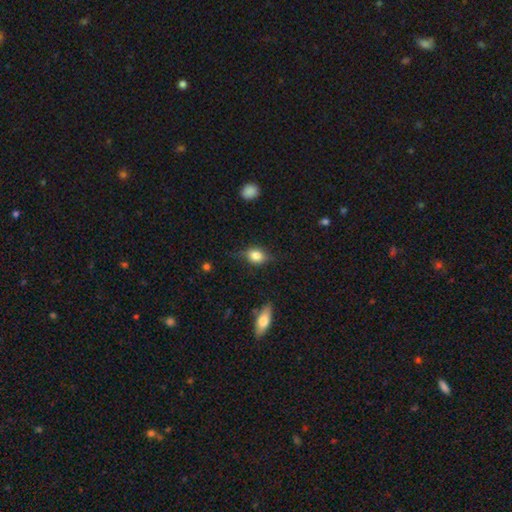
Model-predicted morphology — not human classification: Smooth or featured? Predicted: smooth (p=0.73). How rounded? Predicted: in between (p=0.57). Merging? Predicted: none (p=0.65).